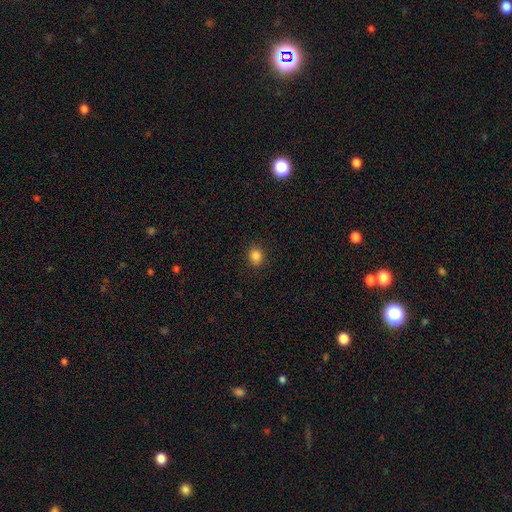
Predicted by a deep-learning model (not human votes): The model was most divided on "how rounded": round: 69%, in between: 30%, cigar-shaped: 1%. More confident: merging — none (90%); smooth or featured — smooth (84%).